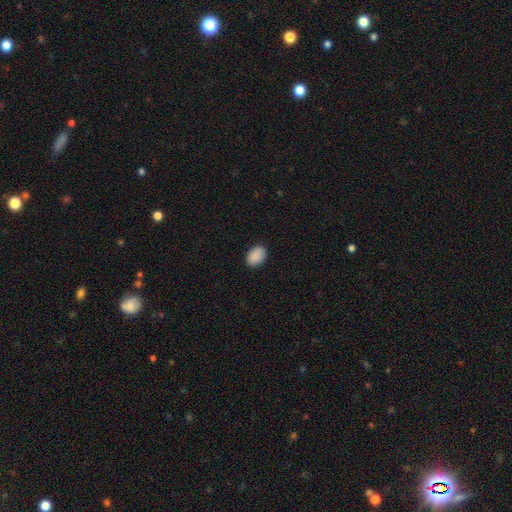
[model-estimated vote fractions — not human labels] Smooth or featured?
  - smooth: 91% *
  - star or artifact: 7%
  - featured or disk: 2%
How rounded?
  - in between: 83% *
  - round: 16%
  - cigar-shaped: 1%
Merging?
  - none: 89% *
  - minor disturbance: 8%
  - major disturbance: 2%
  - merger: 1%